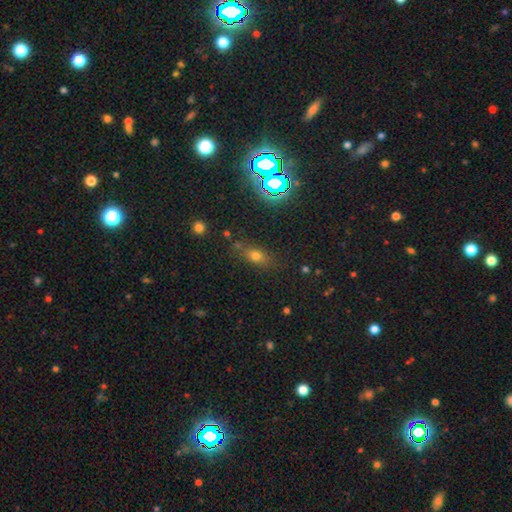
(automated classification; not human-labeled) smooth_or_featured: smooth (p=0.61) [alt: star or artifact p=0.25]
how_rounded: in between (p=0.62) [alt: round p=0.23]
merging: none (p=0.73) [alt: minor disturbance p=0.16]